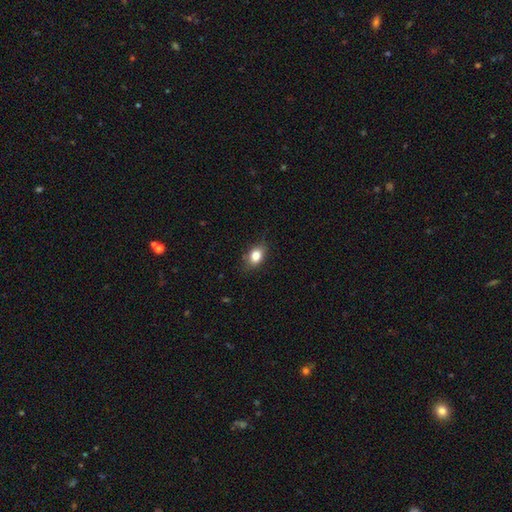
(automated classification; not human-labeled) Morphology: type=smooth (82%); roundness=in between (71%); merging=none (77%).